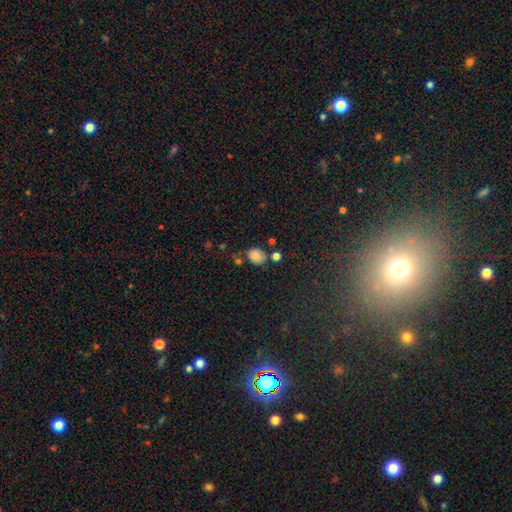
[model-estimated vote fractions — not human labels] This appears to be a smooth galaxy with no disk features (81%) that is in between round and cigar-shaped (58%). Merging: none (62%).